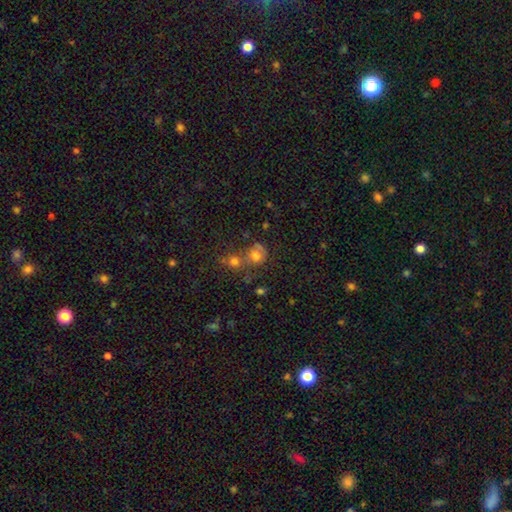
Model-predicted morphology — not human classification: This appears to be a smooth galaxy with no disk features (68%) that is round (76%). Merging: merger (45%).